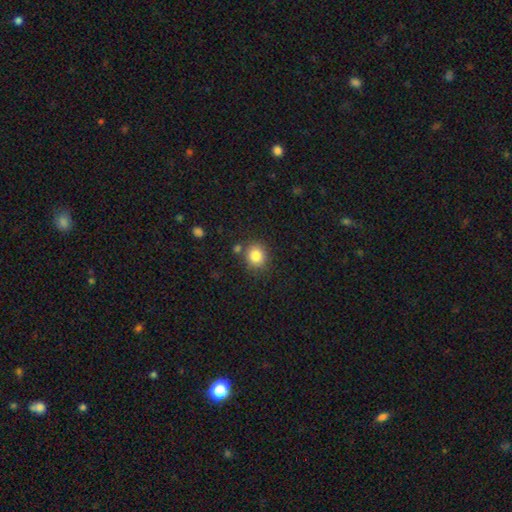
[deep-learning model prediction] The model was most divided on "merging": none: 78%, minor disturbance: 11%, merger: 8%, major disturbance: 3%. More confident: smooth or featured — smooth (84%); how rounded — round (84%).